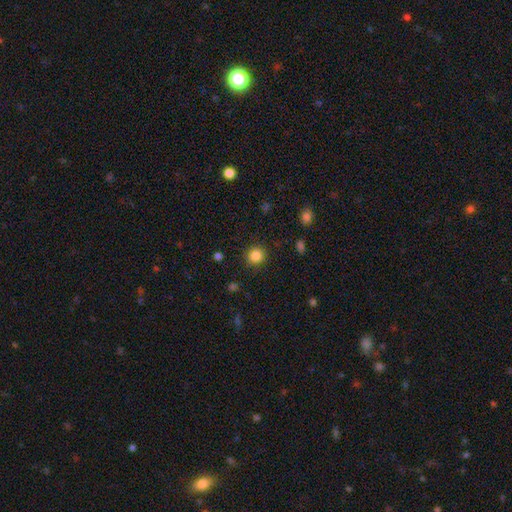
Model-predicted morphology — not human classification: Smooth or featured? Predicted: smooth (p=0.85). How rounded? Predicted: round (p=0.90). Merging? Predicted: none (p=0.89).